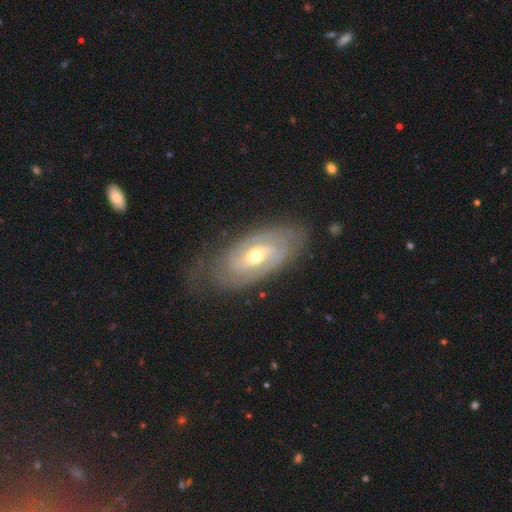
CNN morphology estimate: Q: Smooth or featured?
A: featured or disk (84%); runner-up: smooth (11%)
Q: Edge-on disk?
A: no (93%); runner-up: yes (7%)
Q: Bar?
A: no (50%); runner-up: weak (36%)
Q: Spiral arms?
A: yes (93%); runner-up: no (7%)
Q: Spiral winding?
A: tight (68%); runner-up: medium (25%)
Q: Spiral arm count?
A: 2 (56%); runner-up: can't tell (25%)
Q: Bulge size?
A: moderate (59%); runner-up: small (37%)
Q: Merging?
A: none (73%); runner-up: minor disturbance (19%)